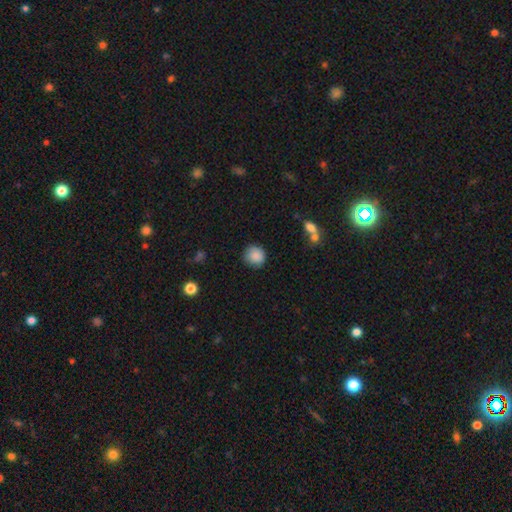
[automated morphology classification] smooth 87%, star or artifact 8%, featured or disk 5%. Down the decision tree: how rounded — round (89%); merging — none (81%).